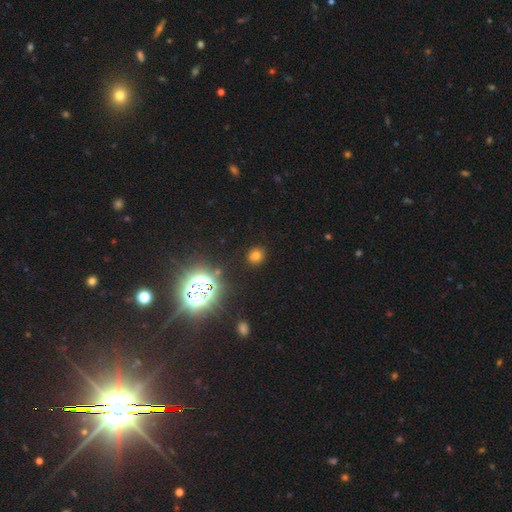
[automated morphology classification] The model was most divided on "smooth or featured": smooth: 67%, star or artifact: 26%, featured or disk: 8%. More confident: merging — none (87%); how rounded — round (81%).